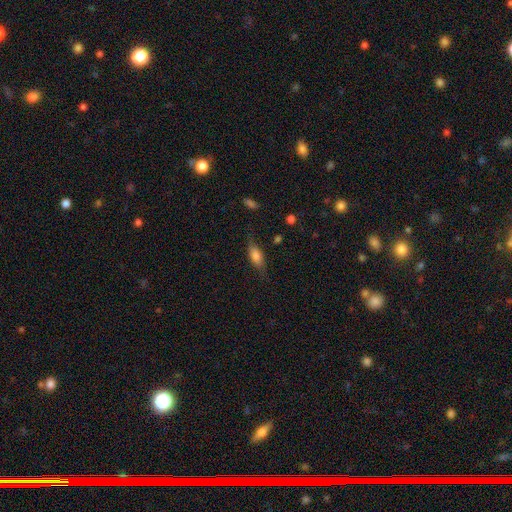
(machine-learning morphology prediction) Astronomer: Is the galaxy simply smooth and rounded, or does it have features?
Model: smooth — 66%.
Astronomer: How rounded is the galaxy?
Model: in between — 72%.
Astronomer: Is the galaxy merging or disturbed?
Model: none — 70%.